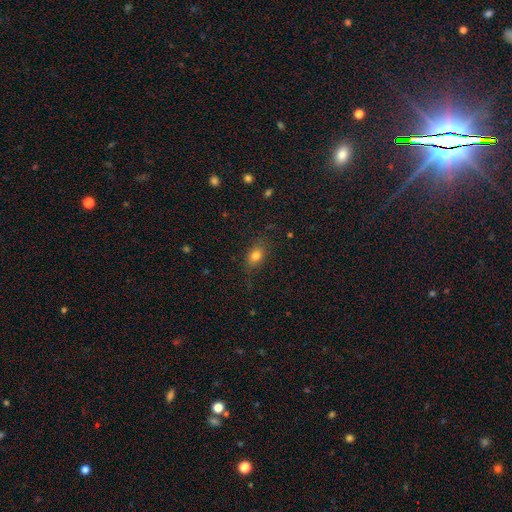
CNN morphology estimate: smooth_or_featured: smooth (p=0.78) [alt: star or artifact p=0.11]
how_rounded: in between (p=0.73) [alt: round p=0.24]
merging: none (p=0.77) [alt: minor disturbance p=0.16]